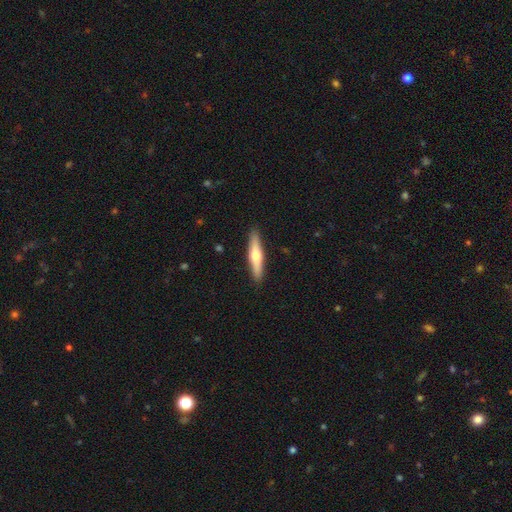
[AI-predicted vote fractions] Smooth or featured?
  - featured or disk: 48% *
  - smooth: 47%
  - star or artifact: 5%
Merging?
  - none: 90% *
  - minor disturbance: 7%
  - major disturbance: 2%
  - merger: 1%